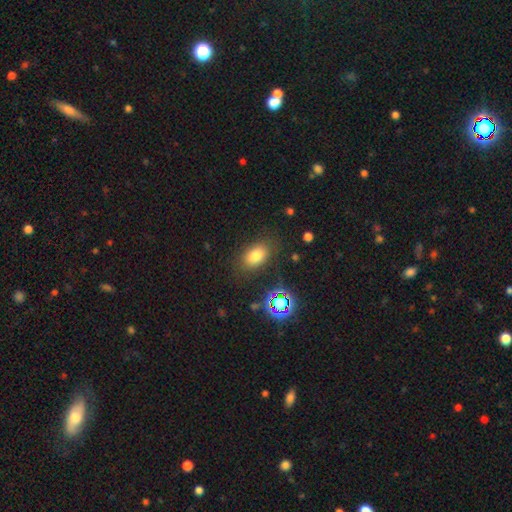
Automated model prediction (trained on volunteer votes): This appears to be a smooth galaxy with no disk features (76%) that is in between round and cigar-shaped (84%). Merging: none (81%).